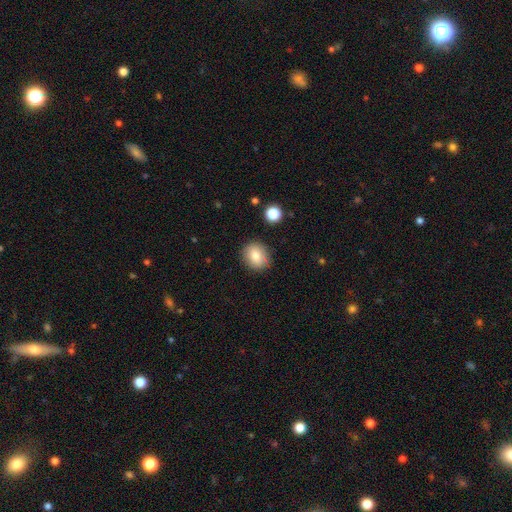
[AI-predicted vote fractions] Overall: smooth (81%). How rounded: round (68%; in between 31%). Merging: none (86%).